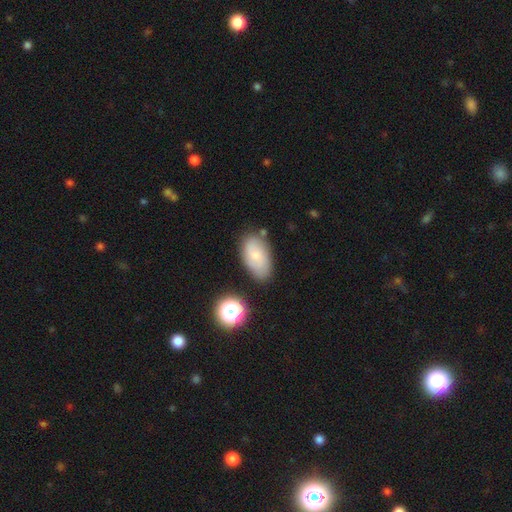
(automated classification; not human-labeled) Smooth or featured? smooth (67%)
How rounded? in between (92%)
Merging? none (69%)